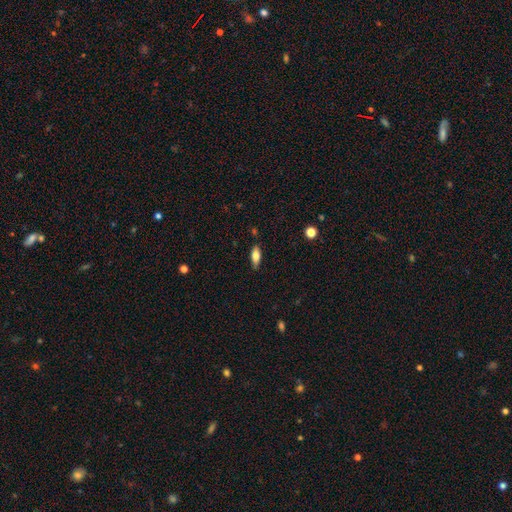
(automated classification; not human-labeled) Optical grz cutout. It shows a smooth galaxy with no disk features (71%) that is in between round and cigar-shaped (77%). Merging: none (84%).